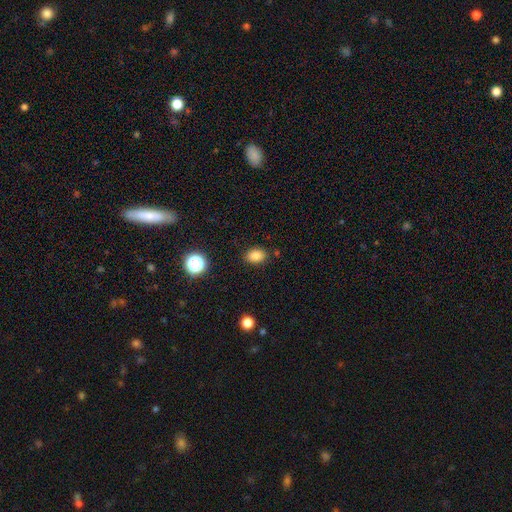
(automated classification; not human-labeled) Morphology: type=smooth (84%); roundness=in between (78%); merging=none (85%).